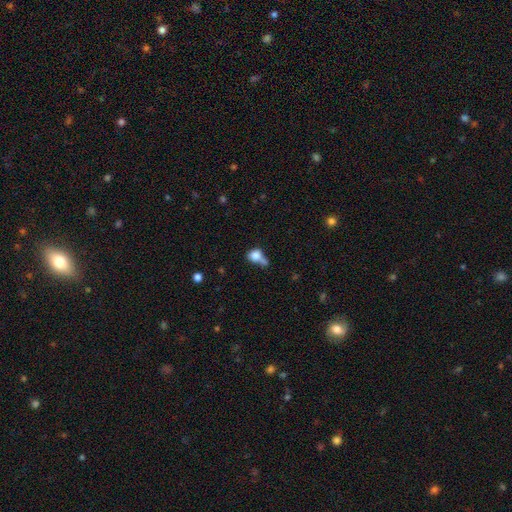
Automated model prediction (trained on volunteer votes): Smooth or featured? smooth (77%)
How rounded? round (55%)
Merging? merger (36%)